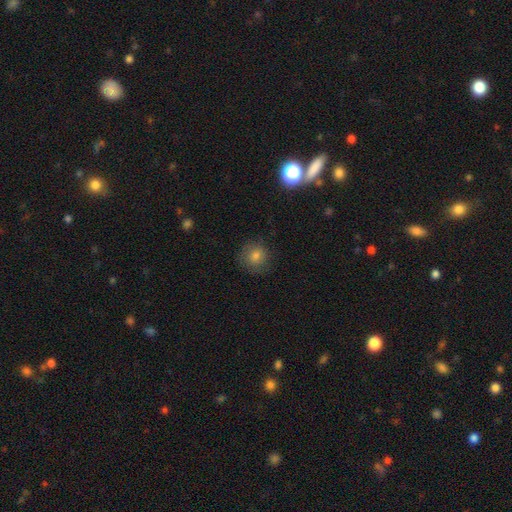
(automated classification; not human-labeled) Morphology: type=smooth (72%); roundness=round (91%); merging=none (82%).